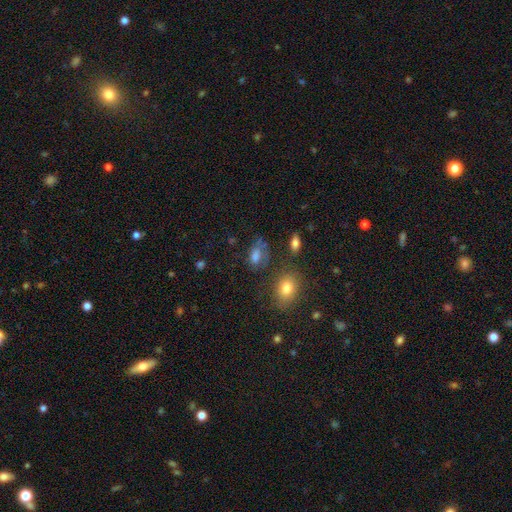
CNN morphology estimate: smooth_or_featured: smooth (p=0.68) [alt: featured or disk p=0.17]
how_rounded: in between (p=0.81) [alt: round p=0.17]
merging: none (p=0.52) [alt: minor disturbance p=0.24]